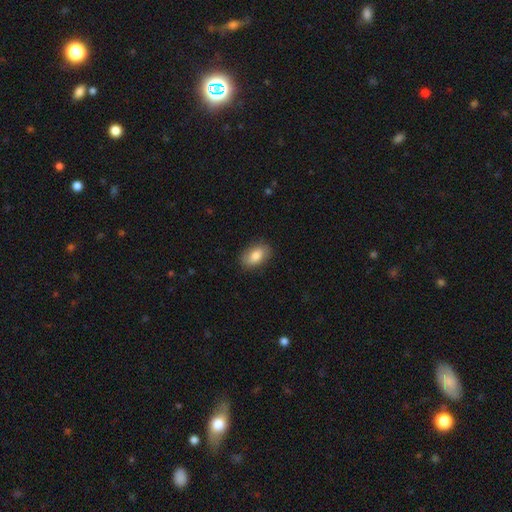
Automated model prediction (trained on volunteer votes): The model was most divided on "smooth or featured": smooth: 82%, featured or disk: 12%, star or artifact: 7%. More confident: how rounded — in between (89%); merging — none (86%).